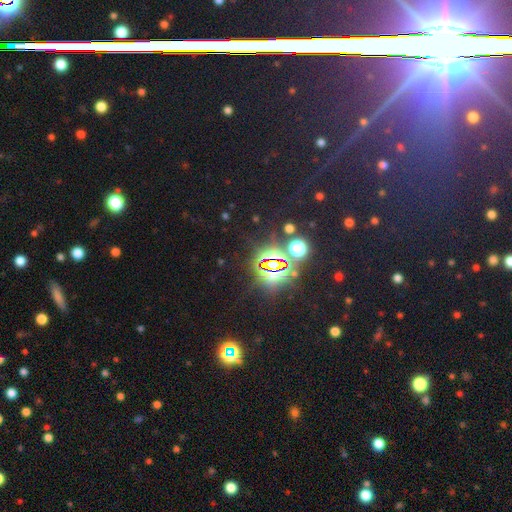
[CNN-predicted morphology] The model was most divided on "smooth or featured": star or artifact: 81%, smooth: 11%, featured or disk: 7%.